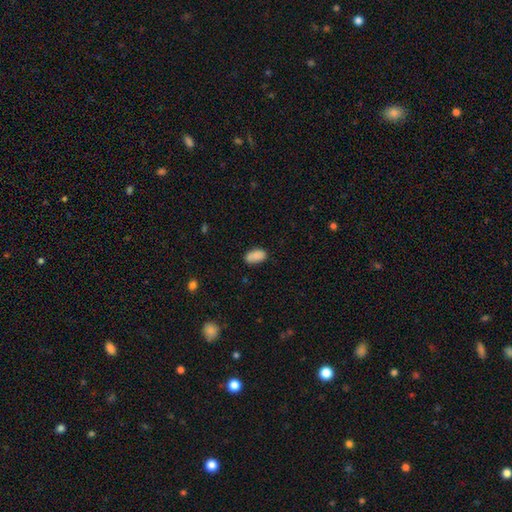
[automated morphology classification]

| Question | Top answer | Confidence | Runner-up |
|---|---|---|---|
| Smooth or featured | smooth | 86% | star or artifact (8%) |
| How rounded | in between | 92% | round (5%) |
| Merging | none | 74% | minor disturbance (18%) |